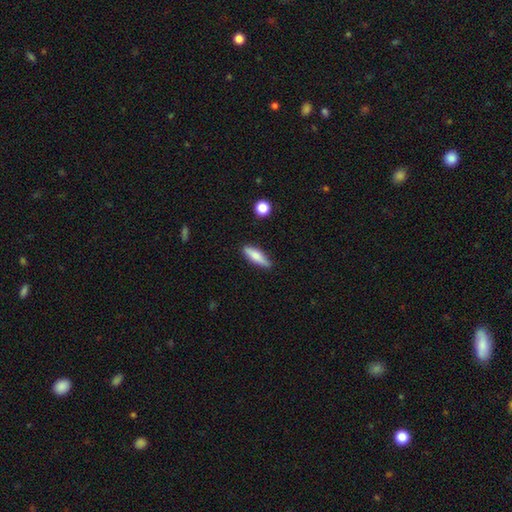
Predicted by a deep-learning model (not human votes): Smooth or featured? smooth (71%)
How rounded? cigar-shaped (62%)
Merging? none (84%)